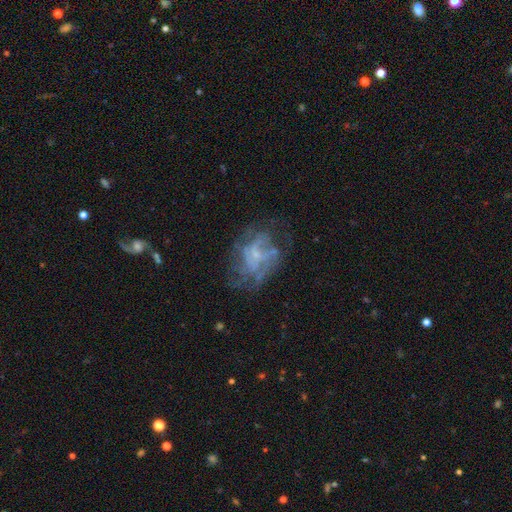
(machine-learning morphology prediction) This appears to be a featured or disk galaxy (72%) with no bar (69%), spiral arms (68%) and a small central bulge (58%). Merging: none (55%).